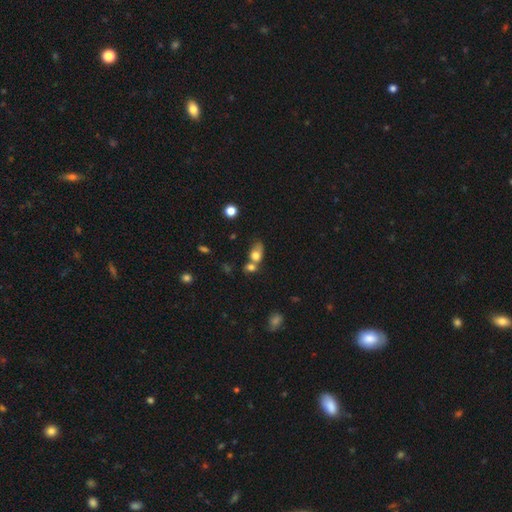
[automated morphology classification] smooth-or-featured: smooth: 75% | featured or disk: 15% | star or artifact: 11%
  how-rounded: in between: 66% | round: 31% | cigar-shaped: 3%
  merging: merger: 51% | none: 28% | minor disturbance: 13% | major disturbance: 8%